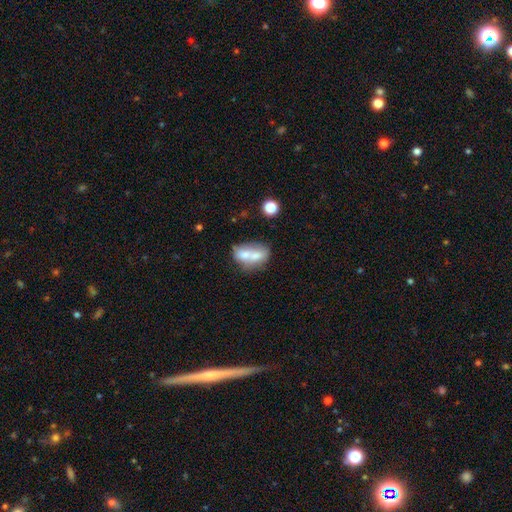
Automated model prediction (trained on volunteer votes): smooth-or-featured: smooth: 63% | featured or disk: 28% | star or artifact: 9%
  how-rounded: in between: 76% | round: 18% | cigar-shaped: 6%
  merging: merger: 59% | none: 24% | minor disturbance: 11% | major disturbance: 6%